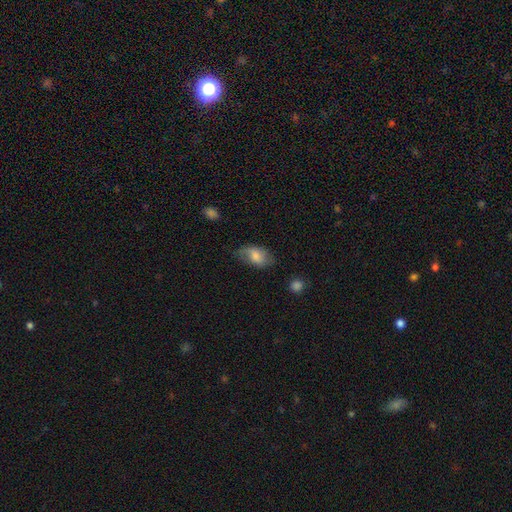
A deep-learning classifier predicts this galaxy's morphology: This appears to be a smooth galaxy with no disk features (65%) that is in between round and cigar-shaped (90%). Merging: none (57%).